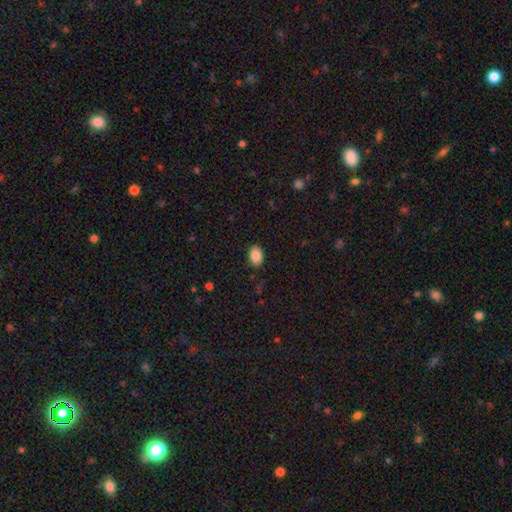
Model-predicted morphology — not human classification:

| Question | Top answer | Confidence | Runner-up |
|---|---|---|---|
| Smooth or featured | smooth | 88% | star or artifact (8%) |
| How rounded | in between | 82% | round (17%) |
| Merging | none | 87% | minor disturbance (10%) |